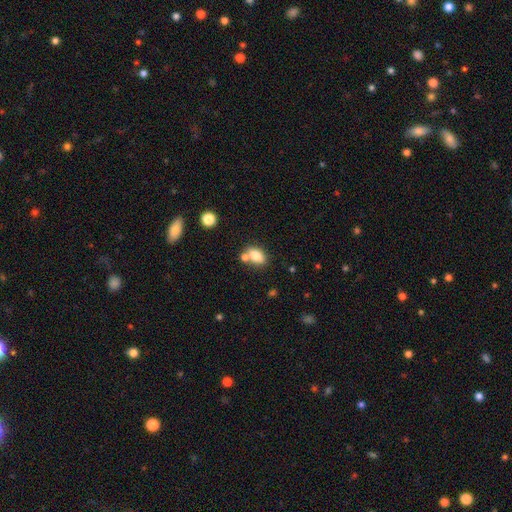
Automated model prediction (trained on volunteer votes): This appears to be a smooth galaxy with no disk features (80%) that is in between round and cigar-shaped (83%). Merging: none (56%).